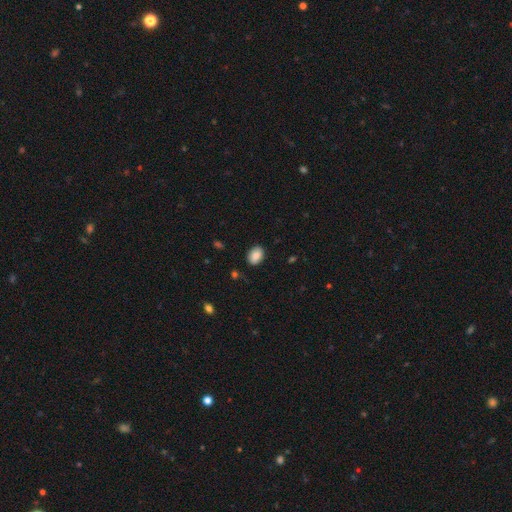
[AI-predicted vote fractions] A smooth galaxy with no disk features (87%) that is in between round and cigar-shaped (79%). Merging: none (85%).